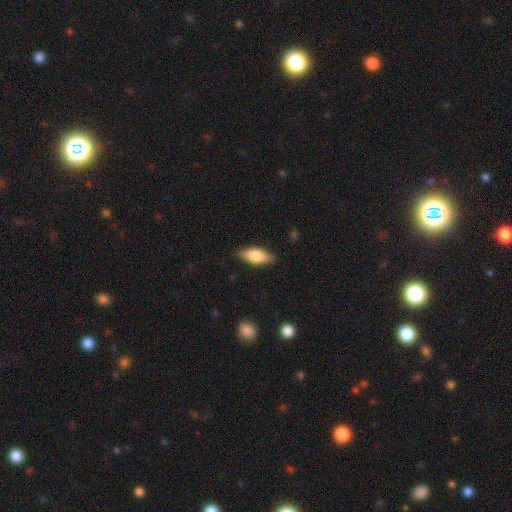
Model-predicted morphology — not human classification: Q: Smooth or featured?
A: smooth (79%); runner-up: featured or disk (15%)
Q: How rounded?
A: in between (80%); runner-up: cigar-shaped (18%)
Q: Merging?
A: none (86%); runner-up: minor disturbance (11%)